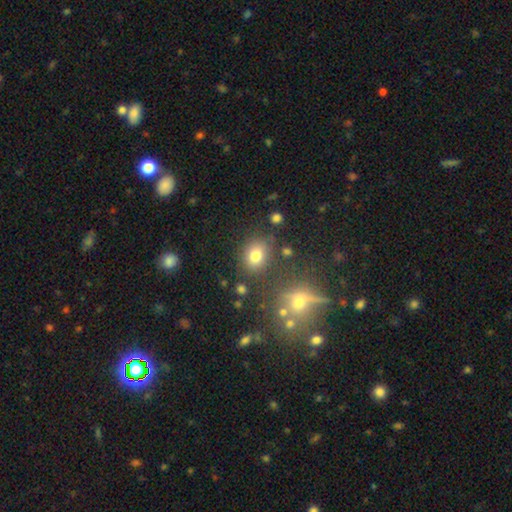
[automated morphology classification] smooth-or-featured: smooth: 76% | star or artifact: 15% | featured or disk: 9%
  how-rounded: round: 56% | in between: 42% | cigar-shaped: 1%
  merging: none: 78% | minor disturbance: 12% | merger: 6% | major disturbance: 4%